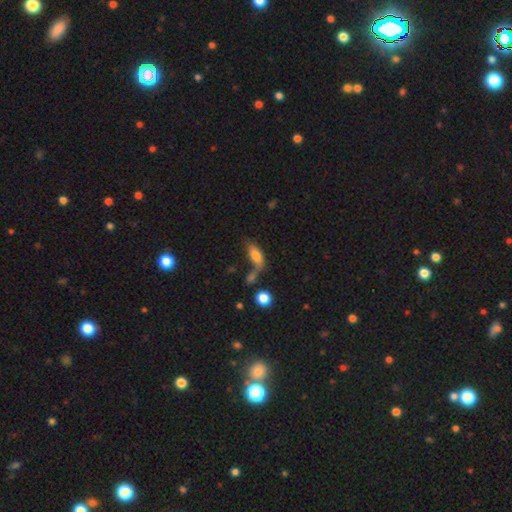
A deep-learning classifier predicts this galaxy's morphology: A smooth galaxy with no disk features (73%) that is in between round and cigar-shaped (79%).

Vote fractions:
- Smooth or featured? smooth: 73% / featured or disk: 18% / star or artifact: 9%
- How rounded? in between: 79% / cigar-shaped: 17% / round: 5%
- Merging? none: 35% / merger: 32% / minor disturbance: 18% / major disturbance: 15%